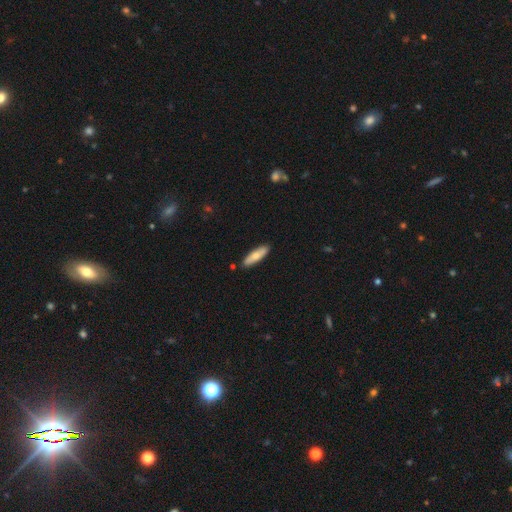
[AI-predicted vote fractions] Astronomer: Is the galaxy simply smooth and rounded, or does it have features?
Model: smooth — 69%.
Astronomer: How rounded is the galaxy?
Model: cigar-shaped — 62%.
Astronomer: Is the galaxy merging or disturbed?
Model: none — 88%.